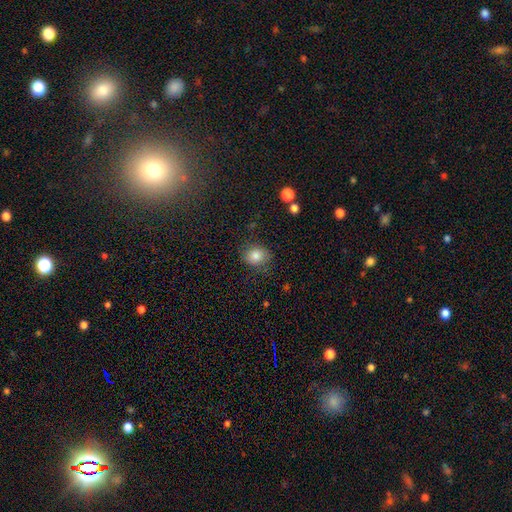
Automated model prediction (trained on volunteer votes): This appears to be a smooth galaxy with no disk features (83%) that is round (63%). Merging: none (80%).